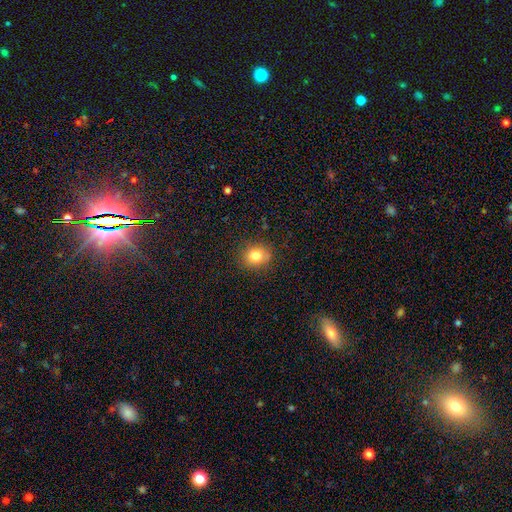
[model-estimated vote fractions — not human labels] Smooth or featured? smooth (81%)
How rounded? round (71%)
Merging? none (83%)